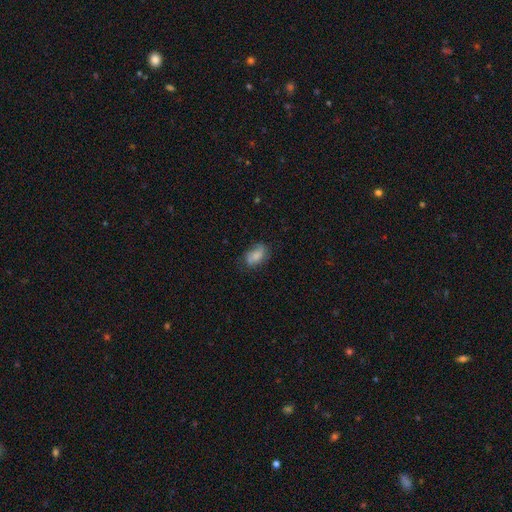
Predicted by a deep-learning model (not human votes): Smooth or featured?
  - smooth: 70% *
  - featured or disk: 20%
  - star or artifact: 9%
How rounded?
  - in between: 87% *
  - round: 10%
  - cigar-shaped: 2%
Merging?
  - none: 59% *
  - minor disturbance: 28%
  - major disturbance: 10%
  - merger: 3%